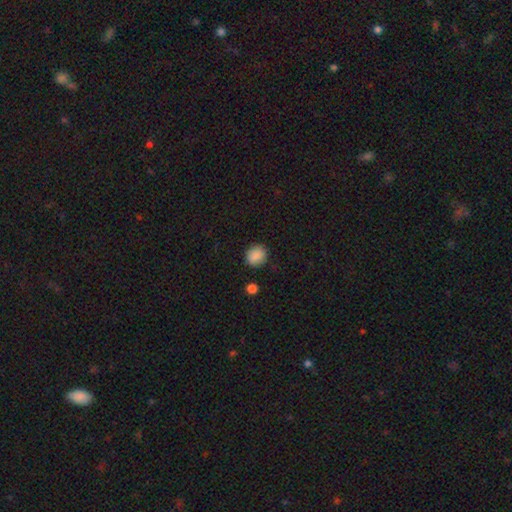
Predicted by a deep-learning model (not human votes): A smooth galaxy with no disk features (88%) that is round (75%).

Vote fractions:
- Smooth or featured? smooth: 88% / star or artifact: 9% / featured or disk: 4%
- How rounded? round: 75% / in between: 24% / cigar-shaped: 1%
- Merging? none: 86% / minor disturbance: 10% / major disturbance: 3% / merger: 2%